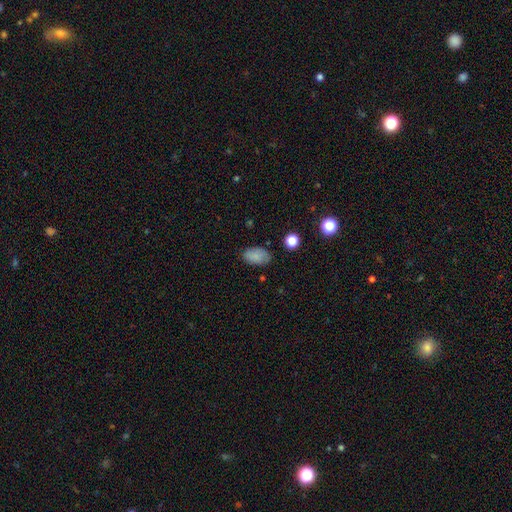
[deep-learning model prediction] smooth 84%, star or artifact 9%, featured or disk 6%. Down the decision tree: how rounded — in between (91%); merging — none (80%).